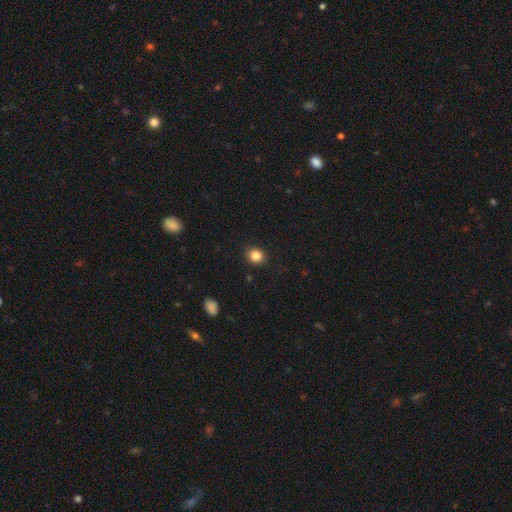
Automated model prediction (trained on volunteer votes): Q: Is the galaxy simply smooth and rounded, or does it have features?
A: smooth — 85%.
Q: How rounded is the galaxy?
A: round — 72%.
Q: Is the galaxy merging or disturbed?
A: none — 90%.